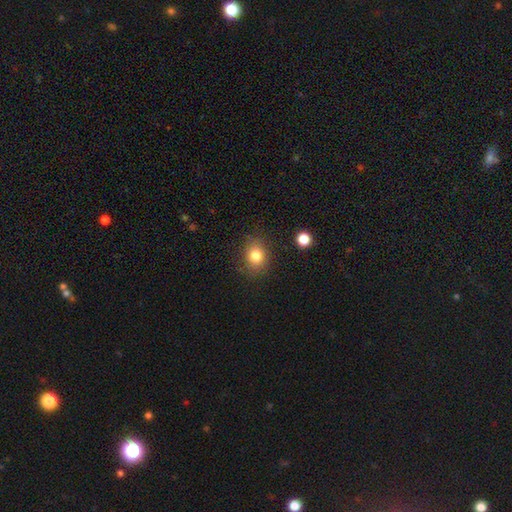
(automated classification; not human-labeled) This is clearly a smooth galaxy (80%). How rounded: likely round (61%). Merging: clearly none (83%).